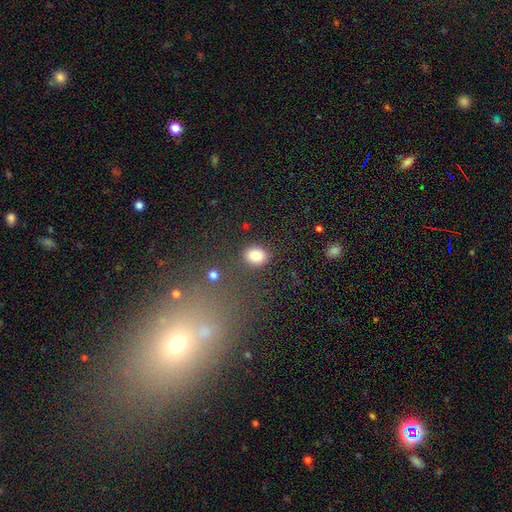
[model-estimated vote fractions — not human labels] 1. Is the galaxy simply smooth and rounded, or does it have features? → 84% smooth, 10% star or artifact, 6% featured or disk.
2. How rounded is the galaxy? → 52% in between, 47% round, 1% cigar-shaped.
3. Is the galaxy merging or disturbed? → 82% none, 11% minor disturbance, 4% major disturbance, 3% merger.